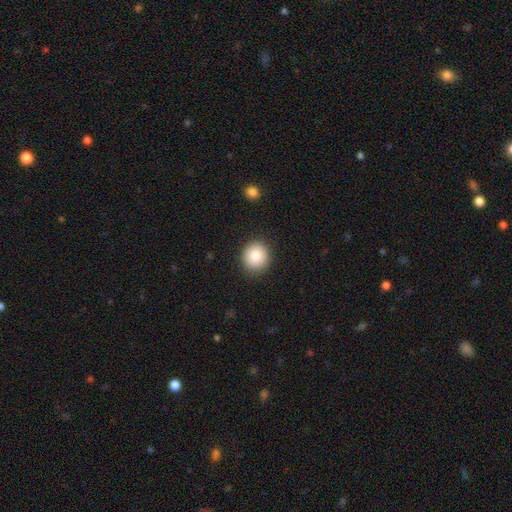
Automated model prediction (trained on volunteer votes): Morphology: type=smooth (84%); roundness=round (88%); merging=none (89%).